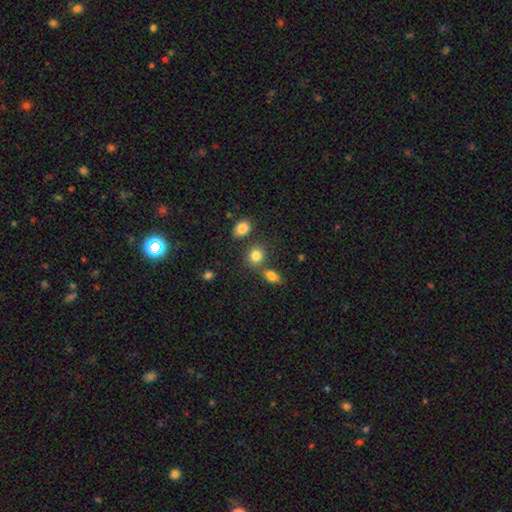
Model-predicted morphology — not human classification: type=smooth (83%); roundness=round (65%); merging=none (68%).